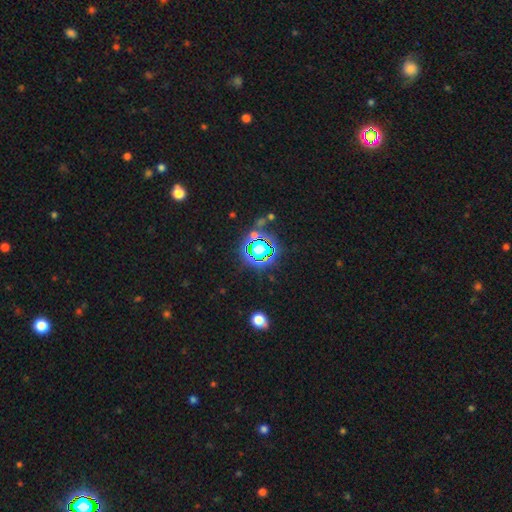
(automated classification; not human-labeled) Smooth or featured? Predicted: star or artifact (p=0.75).